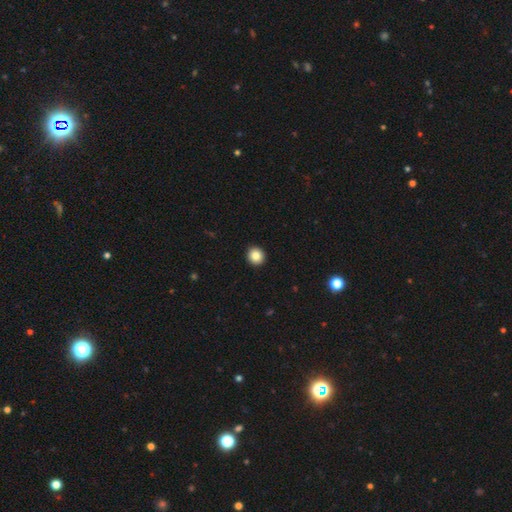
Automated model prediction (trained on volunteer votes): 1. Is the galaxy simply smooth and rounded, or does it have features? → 85% smooth, 9% star or artifact, 6% featured or disk.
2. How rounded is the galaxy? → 89% round, 10% in between, 1% cigar-shaped.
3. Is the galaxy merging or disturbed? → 93% none, 4% minor disturbance, 1% major disturbance, 1% merger.